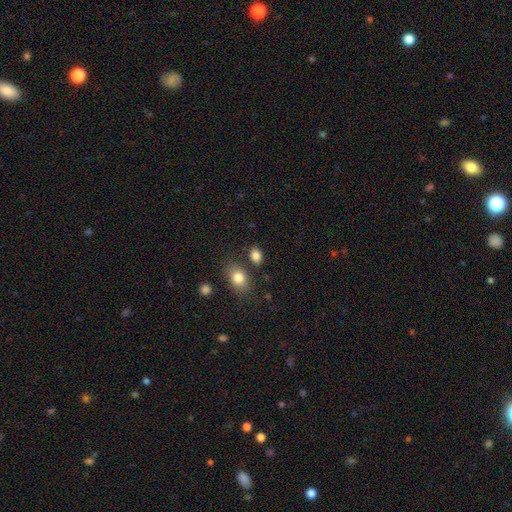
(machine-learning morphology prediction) Smooth or featured? Predicted: smooth (p=0.83). How rounded? Predicted: in between (p=0.72). Merging? Predicted: none (p=0.75).